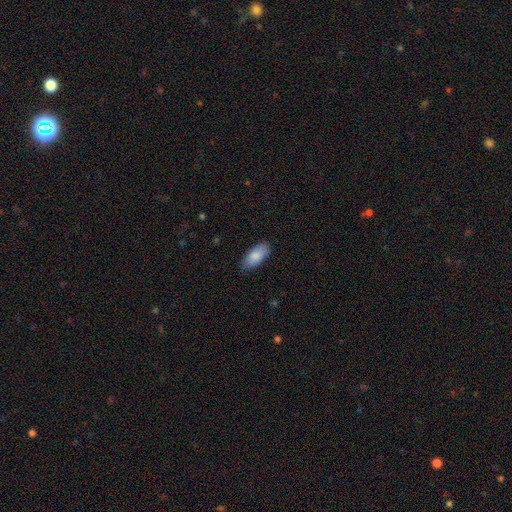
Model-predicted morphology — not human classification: A smooth galaxy with no disk features (86%) that is in between round and cigar-shaped (87%). Merging: none (83%).